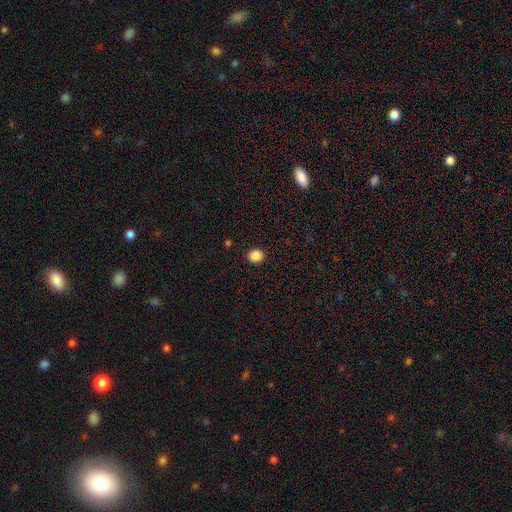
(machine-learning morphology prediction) Smooth or featured? smooth (86%)
How rounded? round (85%)
Merging? none (92%)